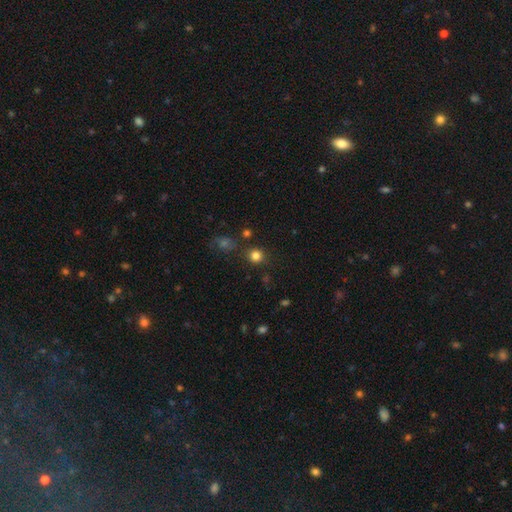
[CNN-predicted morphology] A smooth galaxy with no disk features (81%) that is round (90%).

Vote fractions:
- Smooth or featured? smooth: 81% / star or artifact: 14% / featured or disk: 5%
- How rounded? round: 90% / in between: 9% / cigar-shaped: 1%
- Merging? none: 84% / minor disturbance: 8% / merger: 5% / major disturbance: 3%